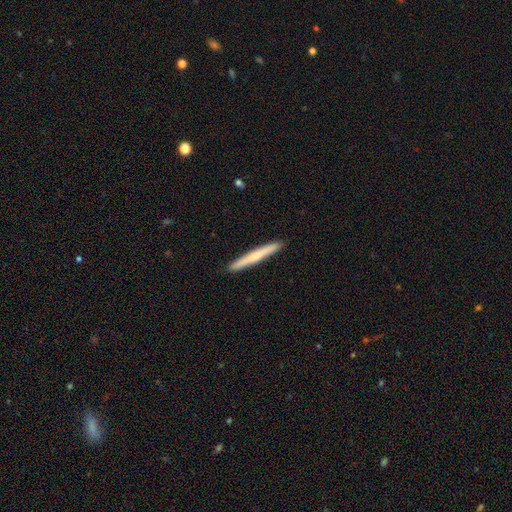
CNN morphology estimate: This is possibly a smooth galaxy (58%). How rounded: clearly cigar-shaped (97%). Merging: clearly none (93%).